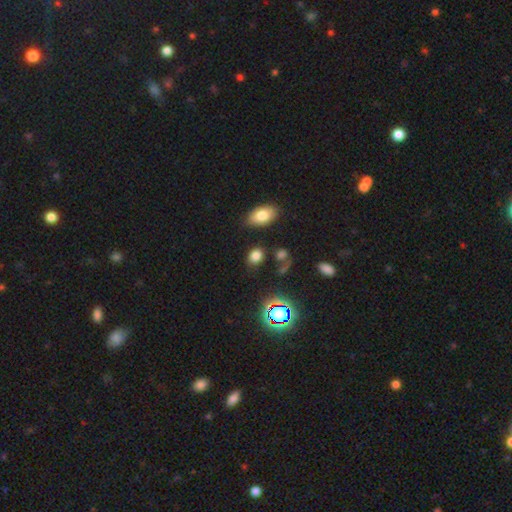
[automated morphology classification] Smooth or featured?
  - smooth: 76% *
  - star or artifact: 18%
  - featured or disk: 7%
How rounded?
  - in between: 63% *
  - round: 35%
  - cigar-shaped: 2%
Merging?
  - none: 77% *
  - minor disturbance: 13%
  - major disturbance: 5%
  - merger: 5%